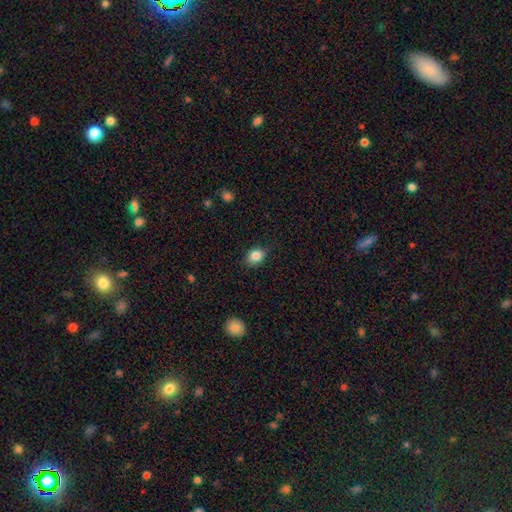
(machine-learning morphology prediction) type=smooth (85%); roundness=in between (57%); merging=none (86%).